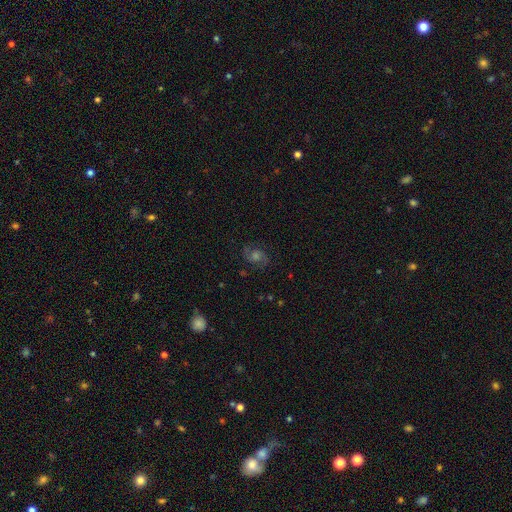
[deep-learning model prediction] A featured or disk galaxy (63%) with no bar (61%), 2 (89%) medium (54%) spiral arms (93%) and a moderate central bulge (50%). Merging: none (81%).